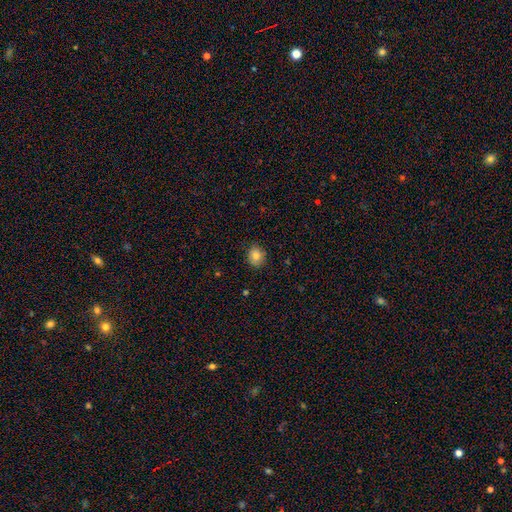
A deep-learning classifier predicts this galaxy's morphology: Smooth or featured? Predicted: smooth (p=0.81). How rounded? Predicted: round (p=0.63). Merging? Predicted: none (p=0.85).